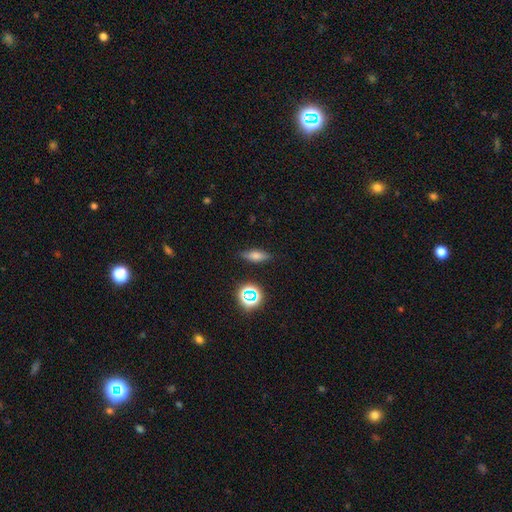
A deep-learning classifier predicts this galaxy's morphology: A smooth galaxy with no disk features (63%) that is in between round and cigar-shaped (53%).

Vote fractions:
- Smooth or featured? smooth: 63% / featured or disk: 22% / star or artifact: 16%
- How rounded? in between: 53% / cigar-shaped: 39% / round: 8%
- Merging? none: 85% / minor disturbance: 11% / major disturbance: 3% / merger: 2%